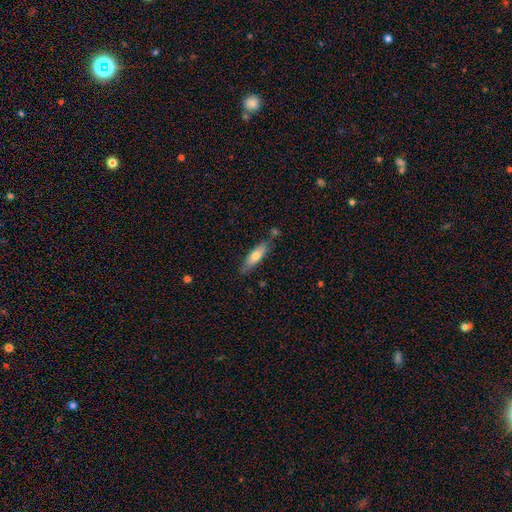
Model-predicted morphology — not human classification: type=smooth (68%); roundness=cigar-shaped (61%); merging=none (76%).